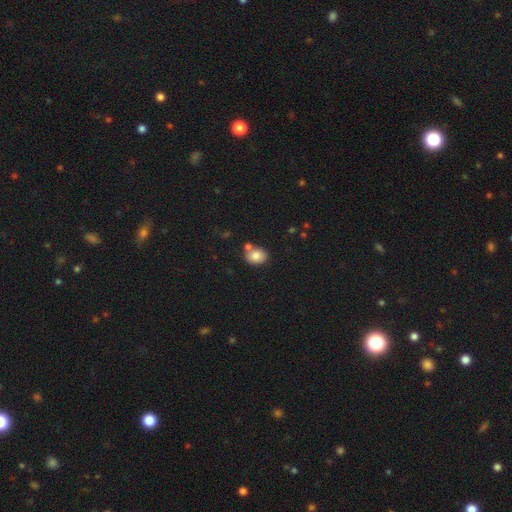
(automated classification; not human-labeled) A smooth galaxy with no disk features (83%) that is in between round and cigar-shaped (54%). Merging: none (64%).